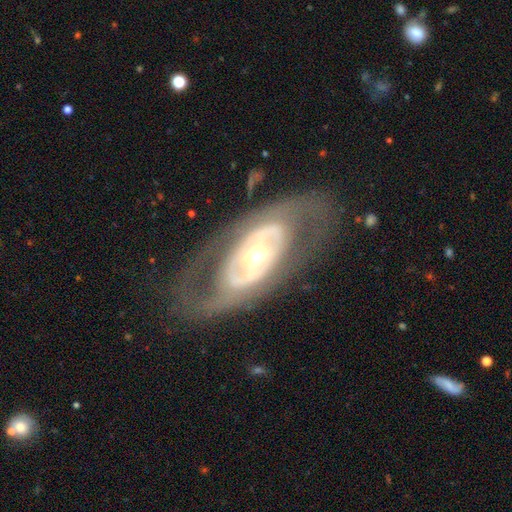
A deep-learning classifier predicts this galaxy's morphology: The model was most divided on "spiral arms": no: 55%, yes: 45%. More confident: edge-on disk — no (90%); smooth or featured — featured or disk (79%); merging — none (73%); bar — no (67%); bulge size — moderate (60%).